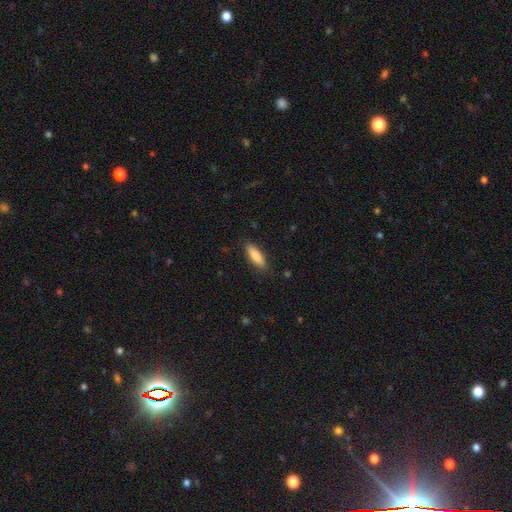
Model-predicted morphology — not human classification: This is clearly a smooth galaxy (84%). How rounded: possibly in between (51%). Merging: clearly none (86%).